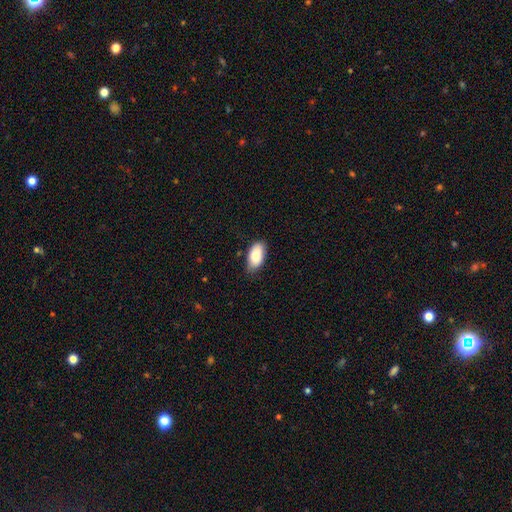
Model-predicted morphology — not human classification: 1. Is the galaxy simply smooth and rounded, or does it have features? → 83% smooth, 10% featured or disk, 7% star or artifact.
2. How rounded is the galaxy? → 93% in between, 4% round, 3% cigar-shaped.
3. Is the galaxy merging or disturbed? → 78% none, 18% minor disturbance, 3% major disturbance, 1% merger.